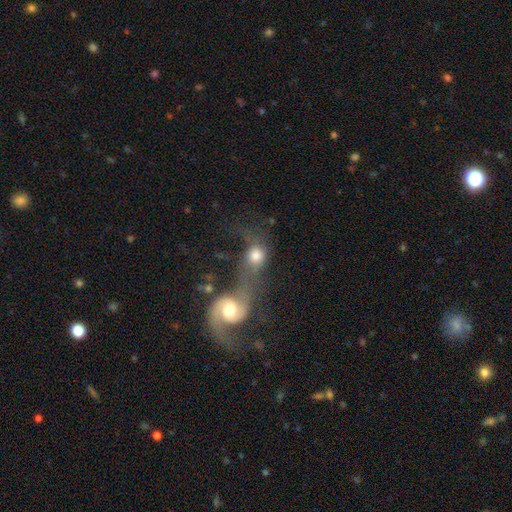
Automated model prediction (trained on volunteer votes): Smooth or featured? smooth (54%)
How rounded? round (63%)
Merging? merger (72%)